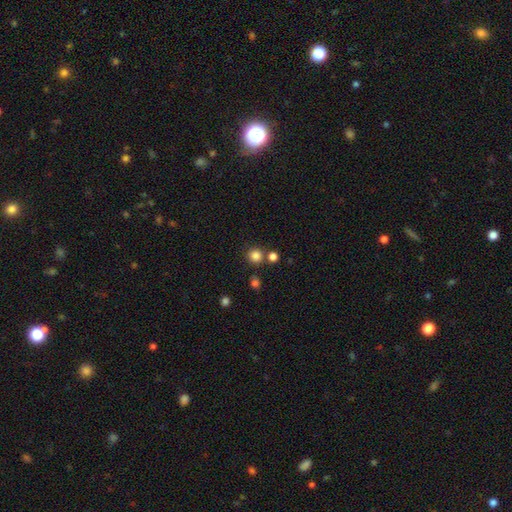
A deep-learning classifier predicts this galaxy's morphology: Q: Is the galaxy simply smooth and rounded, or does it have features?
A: smooth — 82%.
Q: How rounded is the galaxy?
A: round — 91%.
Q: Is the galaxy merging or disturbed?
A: none — 76%.